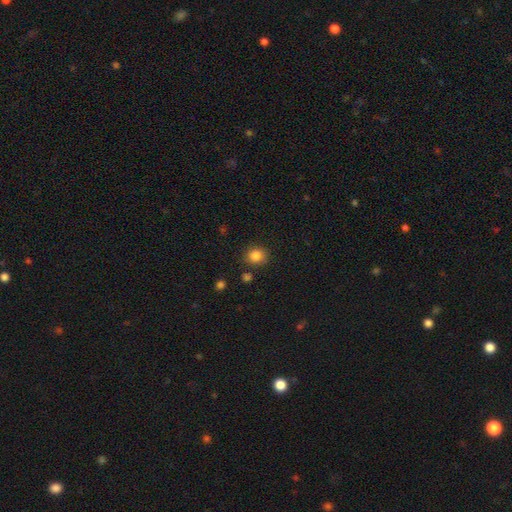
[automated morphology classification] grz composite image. It shows a smooth galaxy with no disk features (84%) that is round (82%). Merging: none (82%).